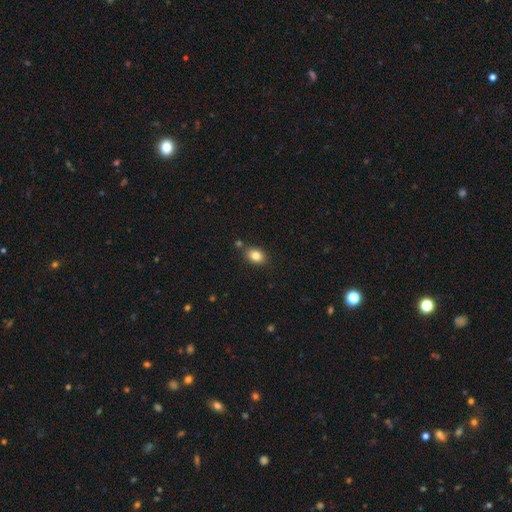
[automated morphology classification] smooth_or_featured: smooth (p=0.83) [alt: star or artifact p=0.09]
how_rounded: in between (p=0.73) [alt: round p=0.26]
merging: none (p=0.79) [alt: minor disturbance p=0.11]